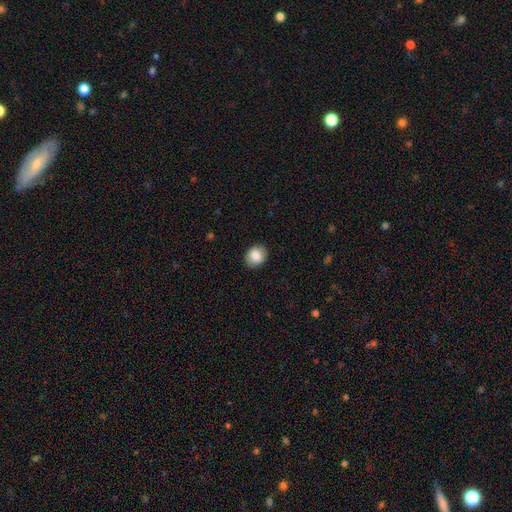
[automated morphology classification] Smooth or featured?
  - smooth: 86% *
  - star or artifact: 8%
  - featured or disk: 7%
How rounded?
  - round: 55% *
  - in between: 44%
  - cigar-shaped: 1%
Merging?
  - none: 88% *
  - minor disturbance: 9%
  - major disturbance: 2%
  - merger: 1%